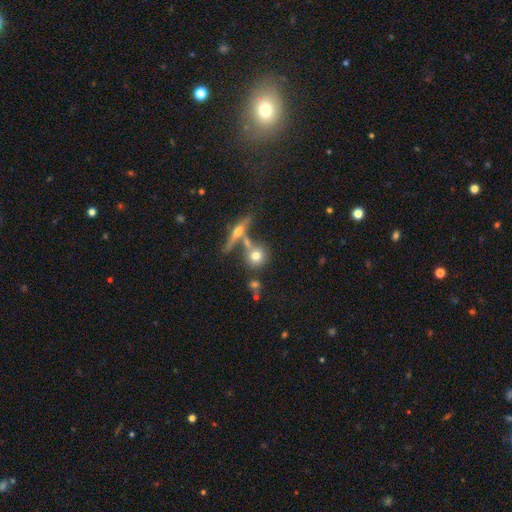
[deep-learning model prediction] Q: Smooth or featured?
A: smooth (65%); runner-up: featured or disk (24%)
Q: How rounded?
A: round (82%); runner-up: in between (14%)
Q: Merging?
A: none (58%); runner-up: merger (26%)